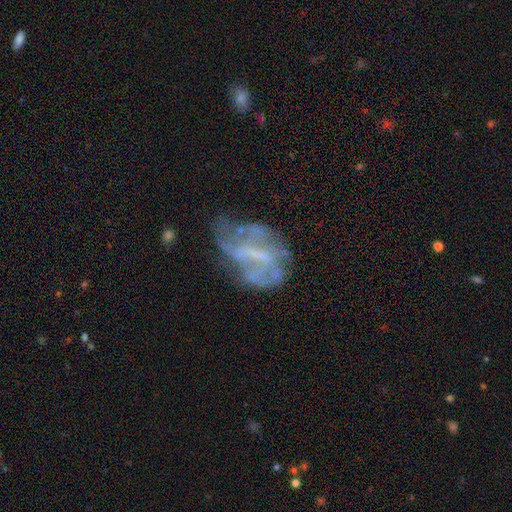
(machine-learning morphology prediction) The model was most divided on "bar": no: 40%, weak: 38%, strong: 22%. Remaining: edge-on disk — no (96%); smooth or featured — featured or disk (67%); spiral arms — no (58%); bulge size — none (54%); merging — none (38%).